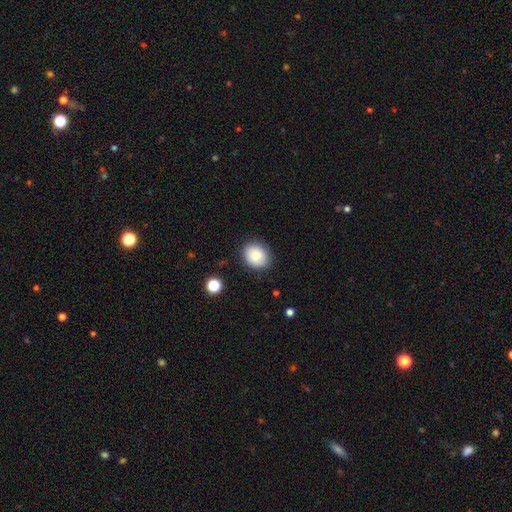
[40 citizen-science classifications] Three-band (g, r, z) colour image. It shows a smooth galaxy with no disk features (88%) that is in between round and cigar-shaped (54%). Merging: none (95%).